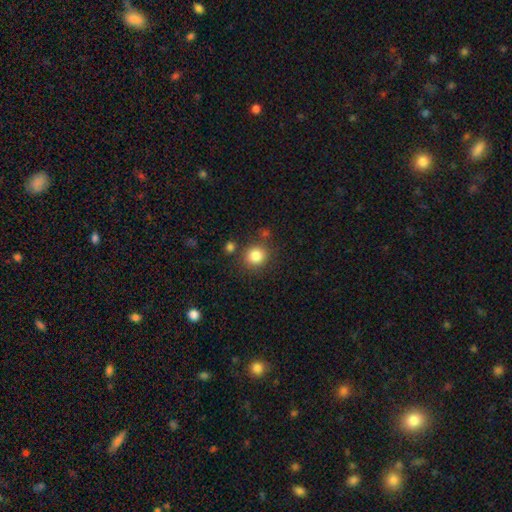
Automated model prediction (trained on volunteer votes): Q: Smooth or featured?
A: smooth (84%); runner-up: star or artifact (10%)
Q: How rounded?
A: round (87%); runner-up: in between (12%)
Q: Merging?
A: none (81%); runner-up: minor disturbance (10%)